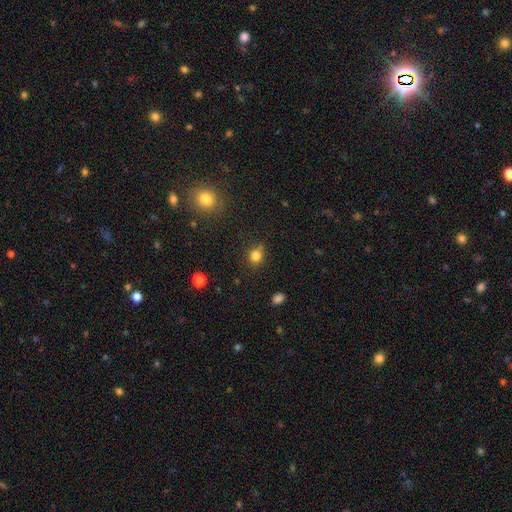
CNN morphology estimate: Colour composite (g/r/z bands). It shows a smooth galaxy with no disk features (81%) that is round (77%). Merging: none (70%).